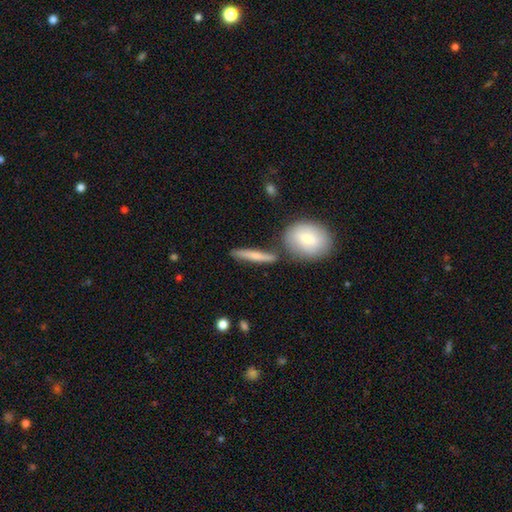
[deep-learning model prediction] A smooth galaxy with no disk features (60%) that is cigar-shaped (84%).

Vote fractions:
- Smooth or featured? smooth: 60% / featured or disk: 33% / star or artifact: 7%
- How rounded? cigar-shaped: 84% / in between: 12% / round: 4%
- Merging? none: 76% / merger: 11% / minor disturbance: 11% / major disturbance: 3%